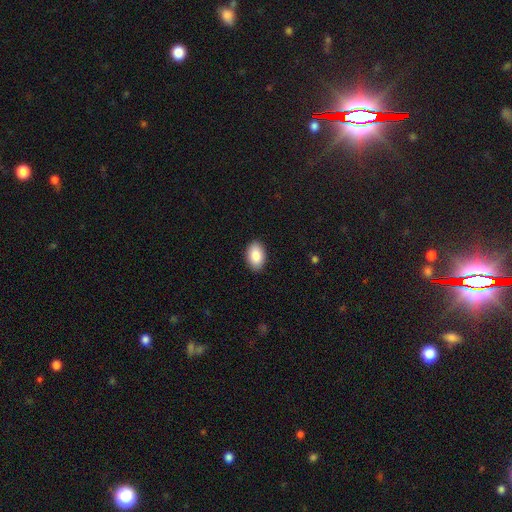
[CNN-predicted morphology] This is clearly a smooth galaxy (87%). How rounded: clearly in between (91%). Merging: clearly none (89%).